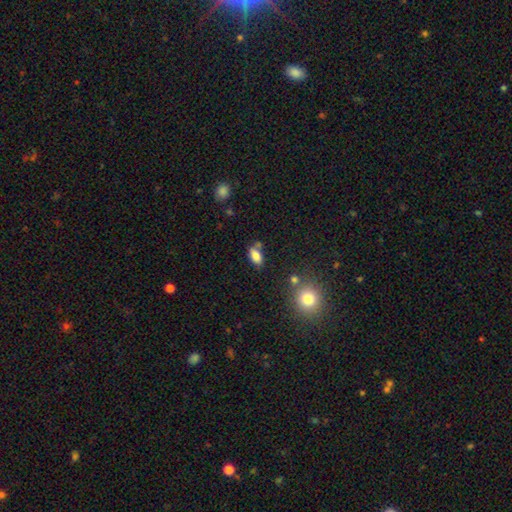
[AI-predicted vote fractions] This appears to be a smooth galaxy with no disk features (83%) that is in between round and cigar-shaped (89%). Merging: none (65%).